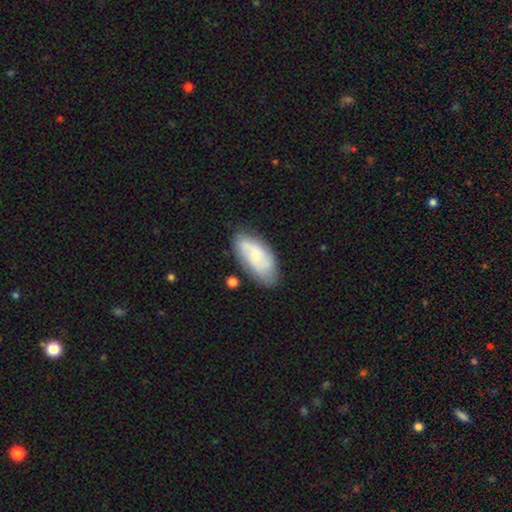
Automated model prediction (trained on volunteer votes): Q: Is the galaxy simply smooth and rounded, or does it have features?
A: smooth — 48%.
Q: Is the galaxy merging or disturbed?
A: none — 71%.